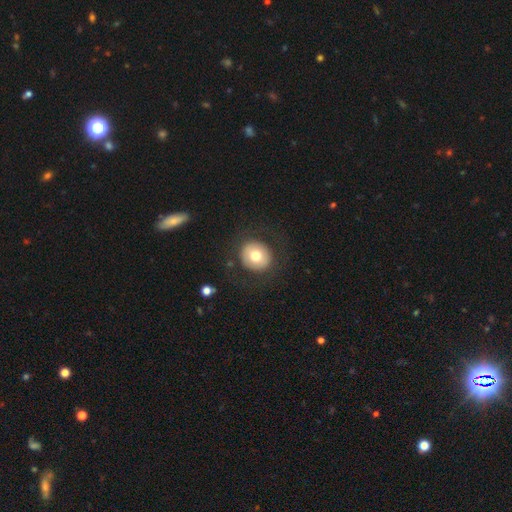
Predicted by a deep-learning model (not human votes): smooth_or_featured: smooth (p=0.71) [alt: featured or disk p=0.21]
how_rounded: round (p=0.89) [alt: in between p=0.10]
merging: none (p=0.84) [alt: minor disturbance p=0.08]